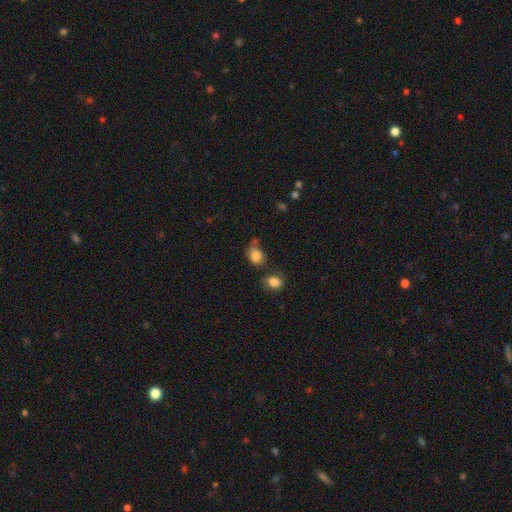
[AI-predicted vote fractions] Smooth or featured? smooth (82%)
How rounded? in between (50%)
Merging? none (51%)